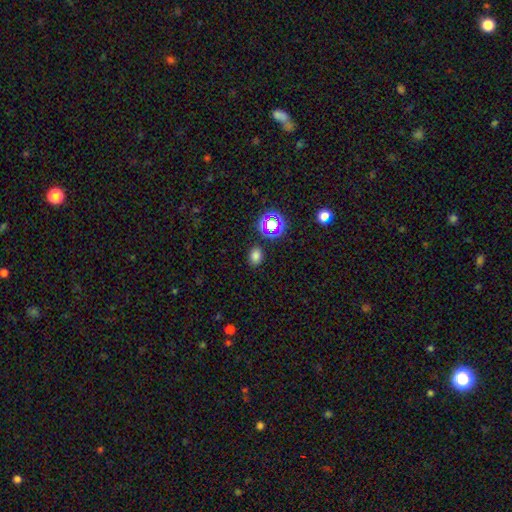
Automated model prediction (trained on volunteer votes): Overall: smooth (73%). How rounded: in between (63%; round 36%). Merging: none (85%).